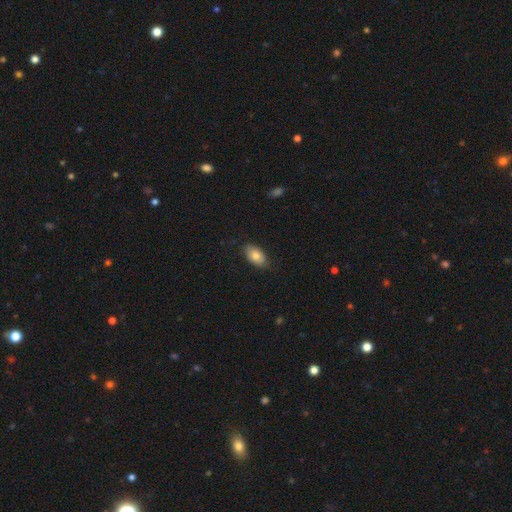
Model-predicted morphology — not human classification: smooth_or_featured: smooth (p=0.80) [alt: featured or disk p=0.13]
how_rounded: in between (p=0.93) [alt: round p=0.05]
merging: none (p=0.81) [alt: minor disturbance p=0.15]